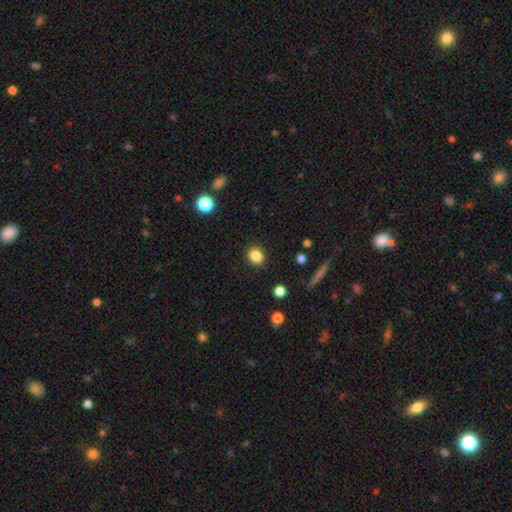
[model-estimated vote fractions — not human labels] A smooth galaxy with no disk features (85%) that is round (62%).

Vote fractions:
- Smooth or featured? smooth: 85% / star or artifact: 11% / featured or disk: 5%
- How rounded? round: 62% / in between: 37% / cigar-shaped: 1%
- Merging? none: 90% / minor disturbance: 7% / major disturbance: 2% / merger: 1%